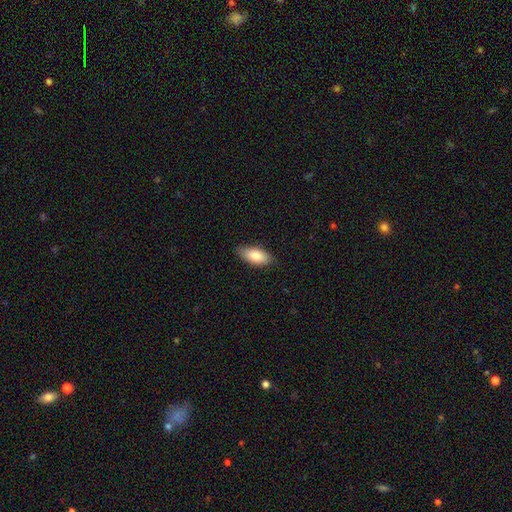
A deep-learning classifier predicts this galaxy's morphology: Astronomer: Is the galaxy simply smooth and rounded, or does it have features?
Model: smooth — 85%.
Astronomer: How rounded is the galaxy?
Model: in between — 86%.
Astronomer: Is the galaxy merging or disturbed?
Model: none — 82%.